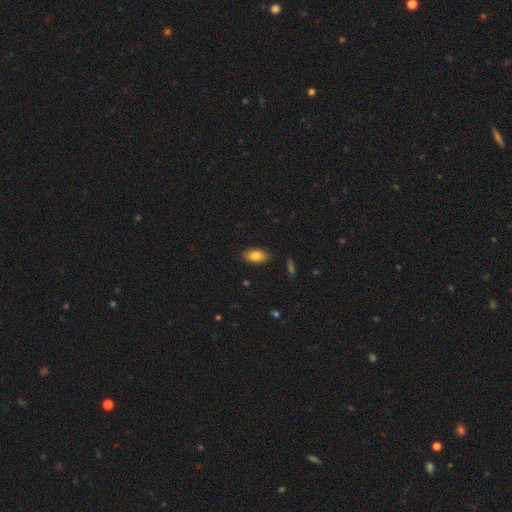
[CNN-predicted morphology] smooth 82%, featured or disk 10%, star or artifact 8%. Down the decision tree: how rounded — in between (92%); merging — none (87%).